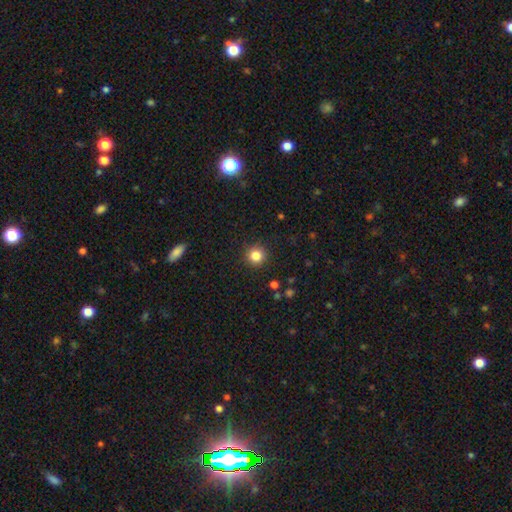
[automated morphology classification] Q: Smooth or featured?
A: smooth (84%); runner-up: star or artifact (11%)
Q: How rounded?
A: round (94%); runner-up: in between (5%)
Q: Merging?
A: none (91%); runner-up: minor disturbance (6%)